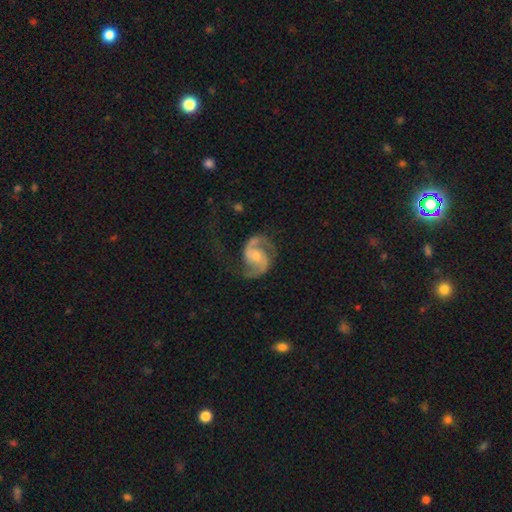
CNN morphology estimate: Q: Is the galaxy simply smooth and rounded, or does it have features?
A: featured or disk — 90%.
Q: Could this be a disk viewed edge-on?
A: no — 98%.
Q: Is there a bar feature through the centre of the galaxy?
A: no — 56%.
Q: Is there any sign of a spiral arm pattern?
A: yes — 98%.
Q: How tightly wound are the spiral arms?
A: medium — 56%.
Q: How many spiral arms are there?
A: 2 — 92%.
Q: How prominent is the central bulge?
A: moderate — 53%.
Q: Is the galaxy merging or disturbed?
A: none — 67%.